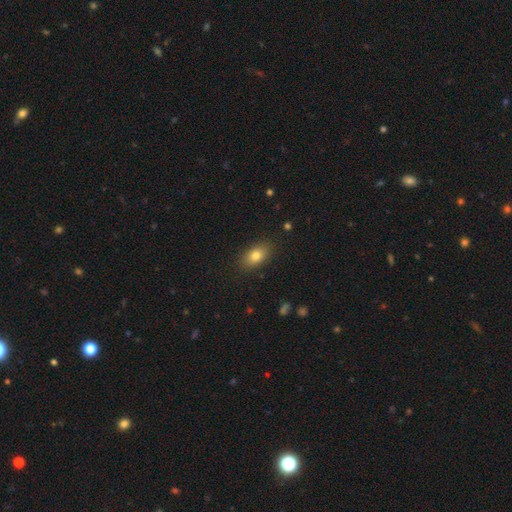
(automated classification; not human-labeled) A smooth galaxy with no disk features (79%) that is in between round and cigar-shaped (86%). Merging: none (86%).